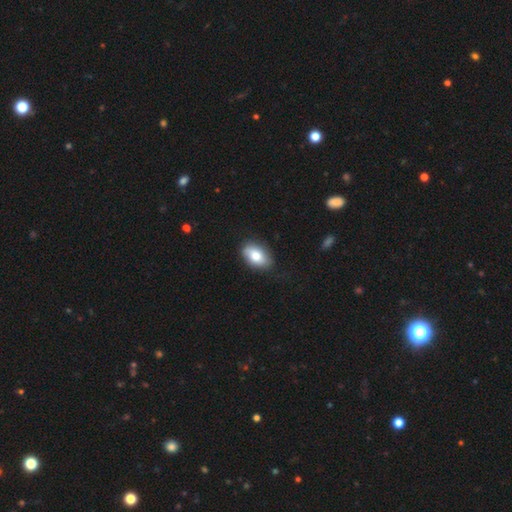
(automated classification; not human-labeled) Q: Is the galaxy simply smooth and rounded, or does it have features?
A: smooth — 78%.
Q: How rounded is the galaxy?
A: in between — 89%.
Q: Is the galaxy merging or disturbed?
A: none — 80%.